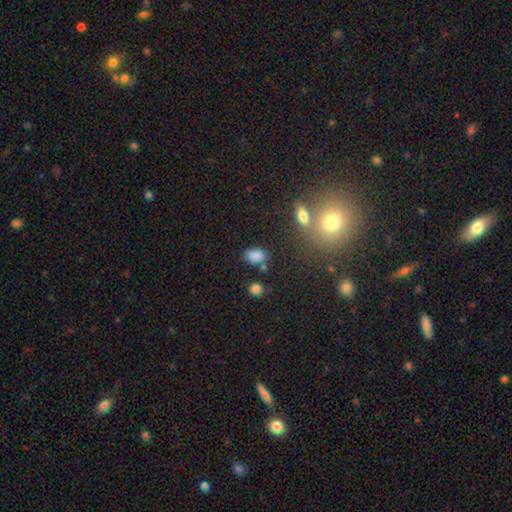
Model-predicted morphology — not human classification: Overall: smooth (84%). How rounded: in between (89%). Merging: none (72%).